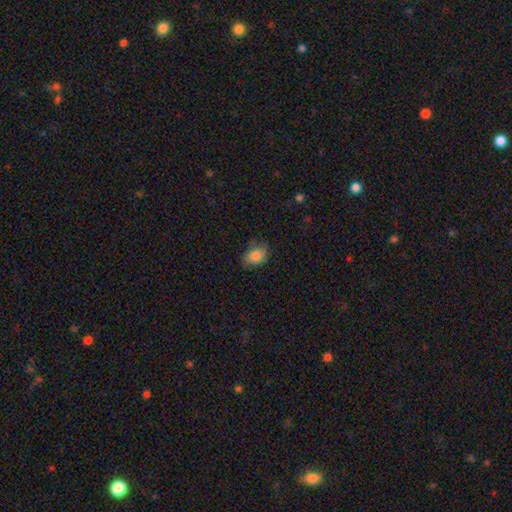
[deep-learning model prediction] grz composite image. It shows a smooth galaxy with no disk features (84%) that is in between round and cigar-shaped (77%). Merging: none (69%).